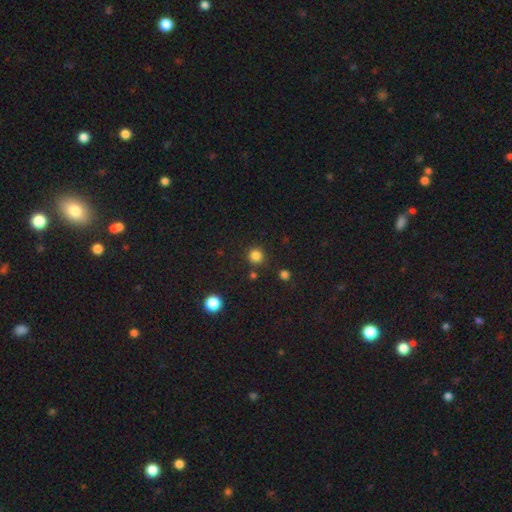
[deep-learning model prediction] Smooth or featured? smooth (83%)
How rounded? round (94%)
Merging? none (85%)